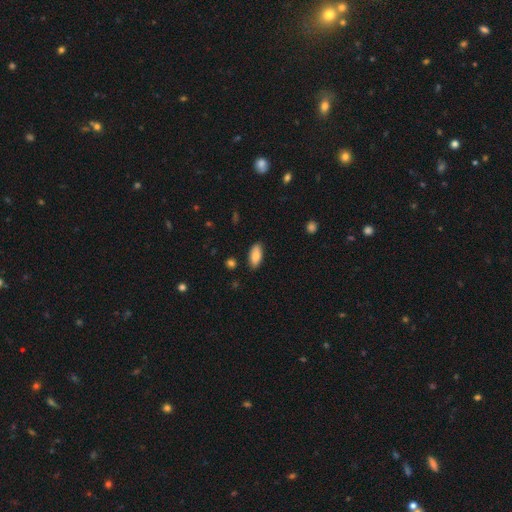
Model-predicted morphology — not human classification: A smooth galaxy with no disk features (82%) that is in between round and cigar-shaped (88%). Merging: none (86%).